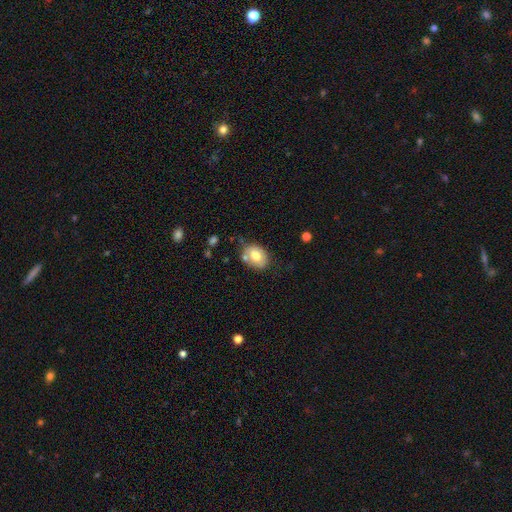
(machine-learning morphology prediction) Overall: smooth (71%). How rounded: in between (69%; round 30%). Merging: none (63%).